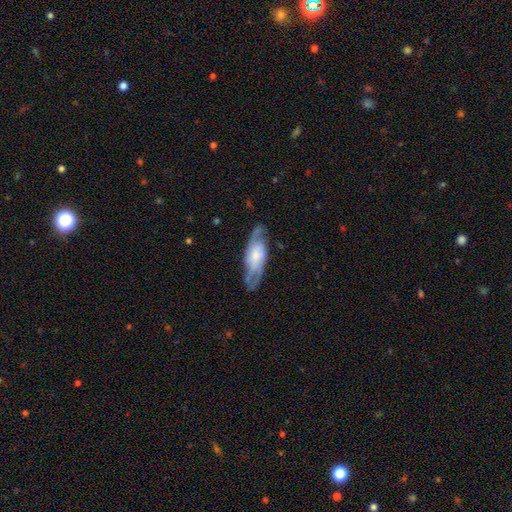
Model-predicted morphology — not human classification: Smooth or featured? Predicted: featured or disk (p=0.68). Edge-on disk? Predicted: no (p=0.84). Bar? Predicted: no (p=0.61). Spiral arms? Predicted: yes (p=0.89). Spiral winding? Predicted: medium (p=0.47). Spiral arm count? Predicted: 2 (p=0.64). Bulge size? Predicted: small (p=0.35). Merging? Predicted: none (p=0.71).